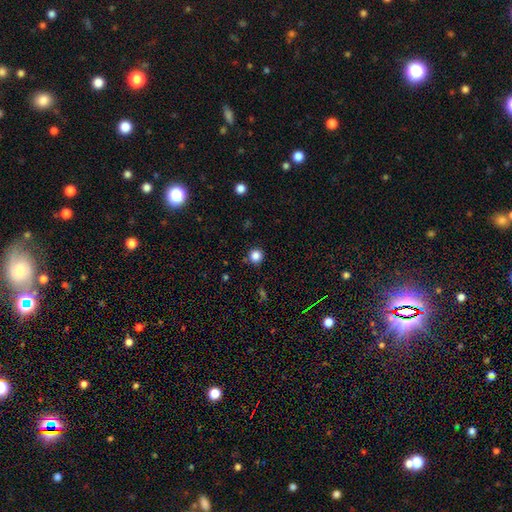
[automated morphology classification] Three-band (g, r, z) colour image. It shows a smooth galaxy with no disk features (84%) that is round (95%). Merging: none (88%).